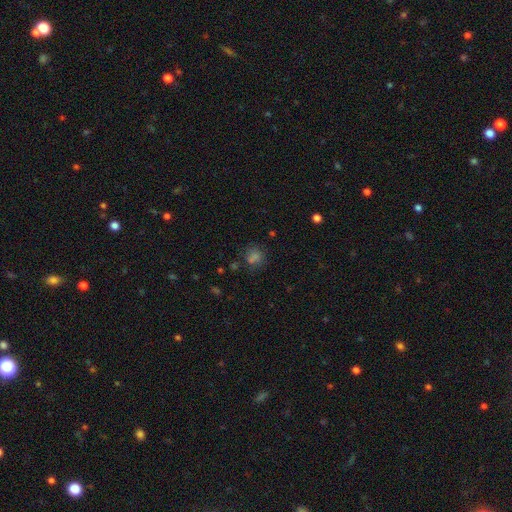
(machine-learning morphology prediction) Smooth or featured?
  - smooth: 60% *
  - star or artifact: 31%
  - featured or disk: 9%
How rounded?
  - round: 78% *
  - in between: 21%
  - cigar-shaped: 1%
Merging?
  - none: 76% *
  - minor disturbance: 13%
  - major disturbance: 6%
  - merger: 5%